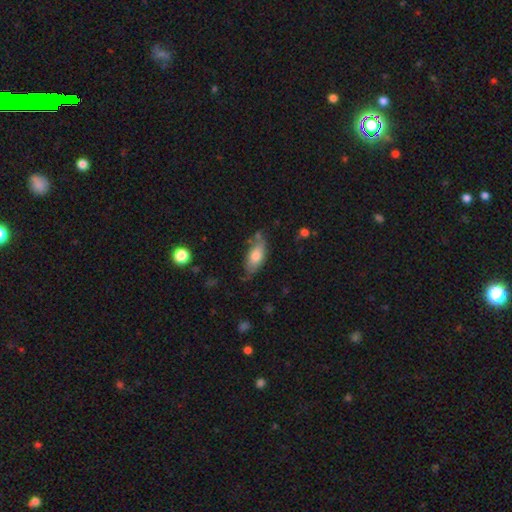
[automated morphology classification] This appears to be a smooth galaxy with no disk features (73%) that is in between round and cigar-shaped (83%). Merging: none (66%).